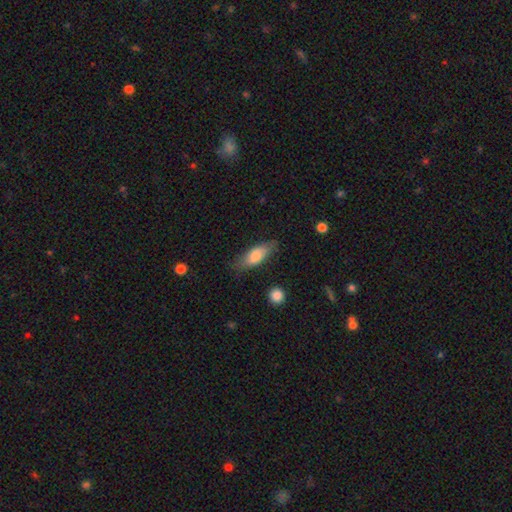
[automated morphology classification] A smooth galaxy with no disk features (77%) that is in between round and cigar-shaped (71%). Merging: none (71%).